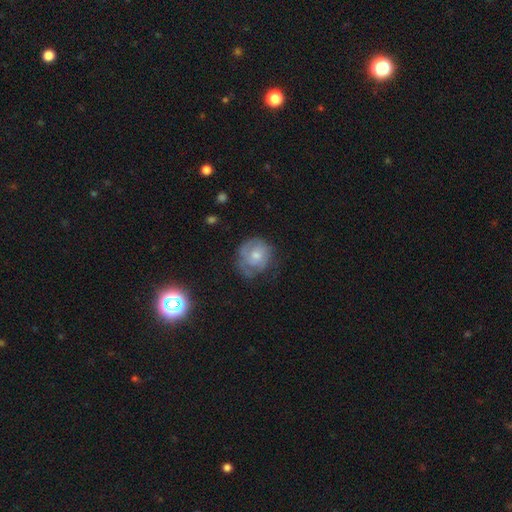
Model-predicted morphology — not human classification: A smooth galaxy with no disk features (52%) that is round (78%). Merging: none (50%).